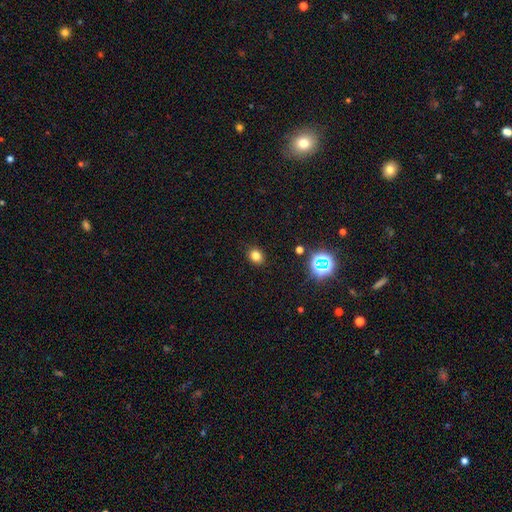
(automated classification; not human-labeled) Smooth or featured? Predicted: smooth (p=0.77). How rounded? Predicted: round (p=0.52). Merging? Predicted: none (p=0.89).